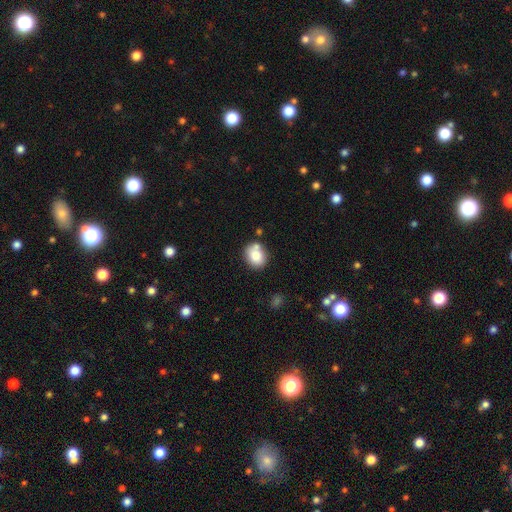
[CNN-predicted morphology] This is clearly a smooth galaxy (81%). How rounded: possibly round (59%). Merging: likely none (63%).